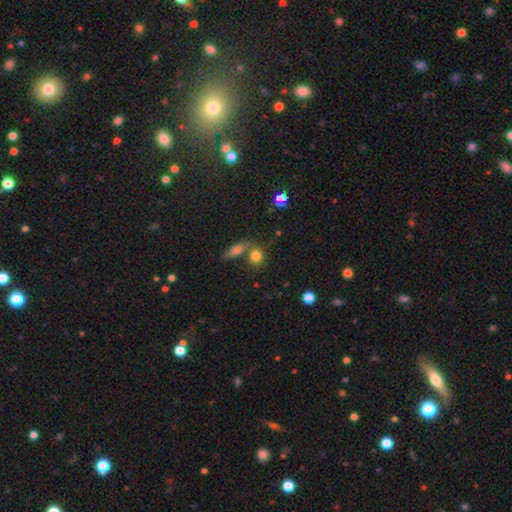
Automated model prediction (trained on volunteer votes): Smooth or featured: smooth — 78% (star or artifact — 12%)
How rounded: round — 68% (in between — 28%)
Merging: none — 55% (merger — 30%)